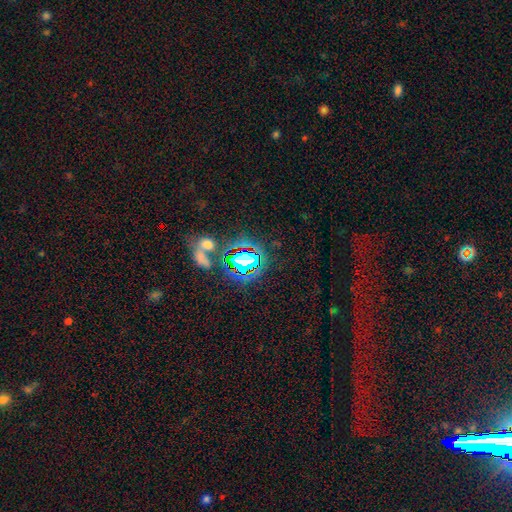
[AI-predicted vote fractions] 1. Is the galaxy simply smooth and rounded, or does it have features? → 79% star or artifact, 12% smooth, 9% featured or disk.